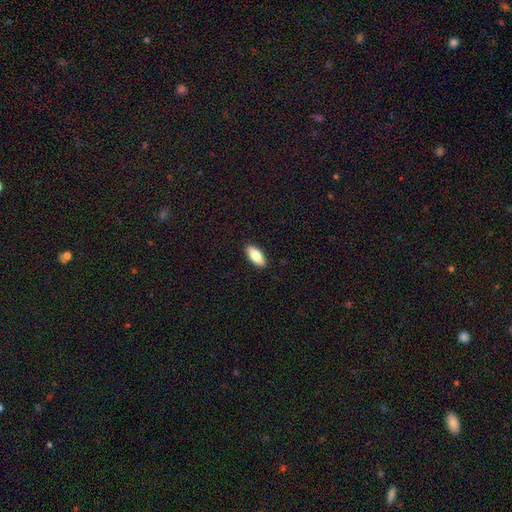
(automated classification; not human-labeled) A smooth galaxy with no disk features (80%) that is in between round and cigar-shaped (82%). Merging: none (90%).